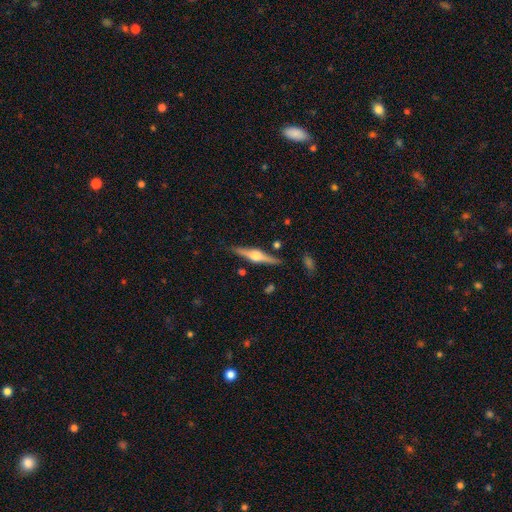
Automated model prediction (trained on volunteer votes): The model was most divided on "smooth or featured": featured or disk: 77%, smooth: 17%, star or artifact: 6%. More confident: edge-on disk — yes (98%); edge-on bulge — rounded (93%); merging — none (87%).